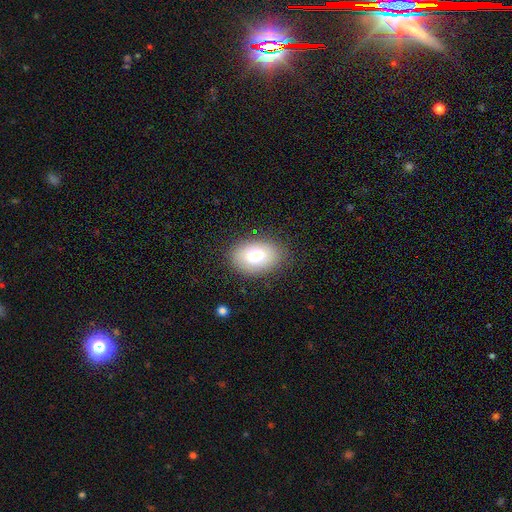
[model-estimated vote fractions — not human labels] This is likely a smooth galaxy (75%). How rounded: clearly in between (81%). Merging: clearly none (84%).